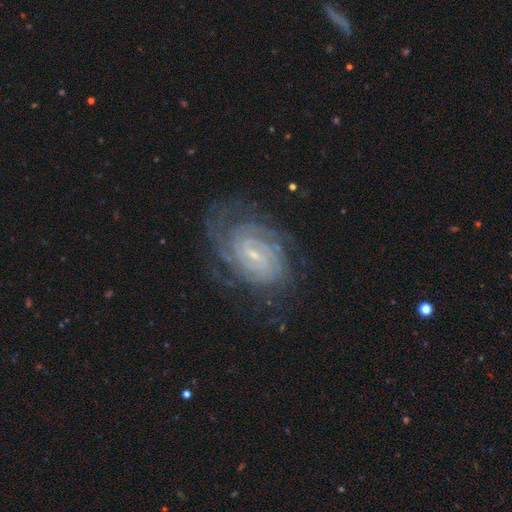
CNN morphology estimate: featured or disk 83%, star or artifact 9%, smooth 9%. Down the decision tree: edge-on disk — no (96%); bar — weak (44%); spiral arms — yes (96%); spiral arm count — can't tell (36%); spiral winding — tight (71%); bulge size — small (80%); merging — none (73%).